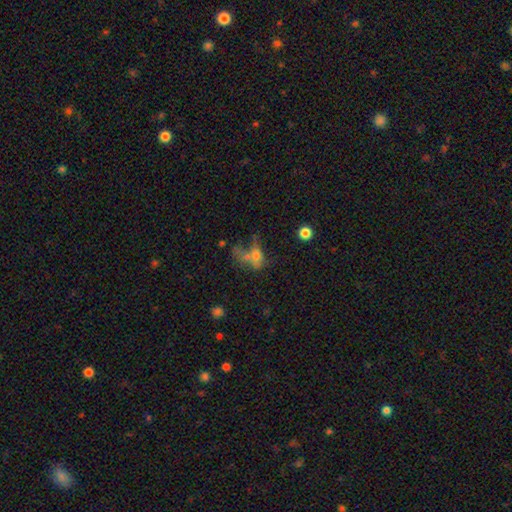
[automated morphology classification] Smooth or featured? smooth (44%)
Merging? major disturbance (30%)